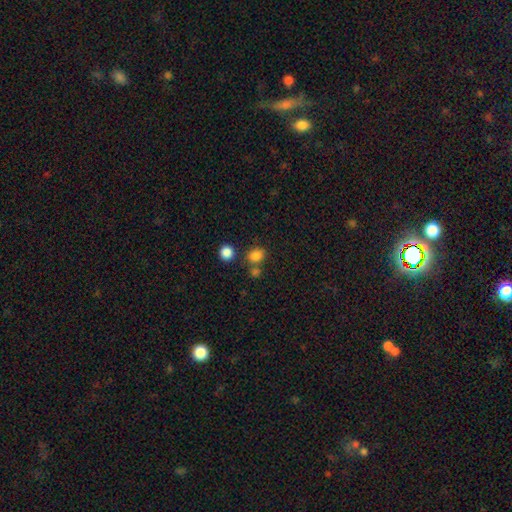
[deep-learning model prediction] smooth-or-featured: smooth: 82% | star or artifact: 13% | featured or disk: 5%
  how-rounded: round: 61% | in between: 38% | cigar-shaped: 1%
  merging: none: 64% | merger: 20% | minor disturbance: 11% | major disturbance: 5%